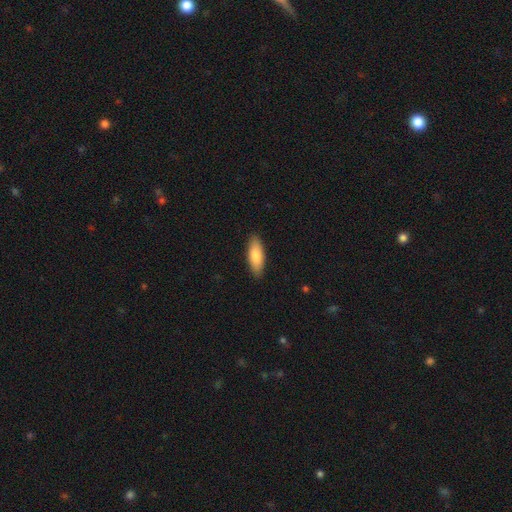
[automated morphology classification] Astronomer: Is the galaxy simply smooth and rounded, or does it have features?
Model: smooth — 84%.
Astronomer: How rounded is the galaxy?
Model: in between — 66%.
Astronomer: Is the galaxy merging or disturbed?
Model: none — 89%.